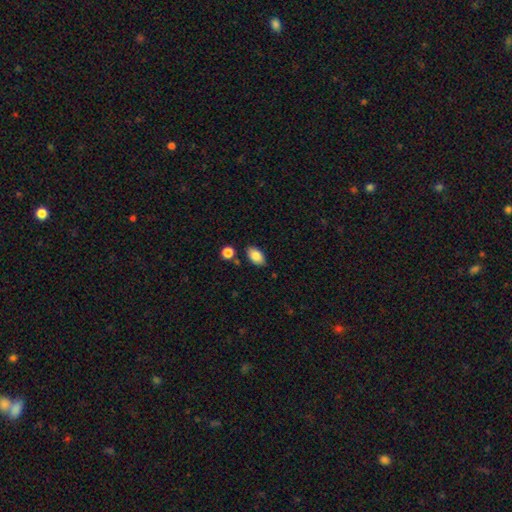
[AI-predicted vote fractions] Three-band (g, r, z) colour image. It shows a smooth galaxy with no disk features (85%) that is in between round and cigar-shaped (92%). Merging: none (82%).